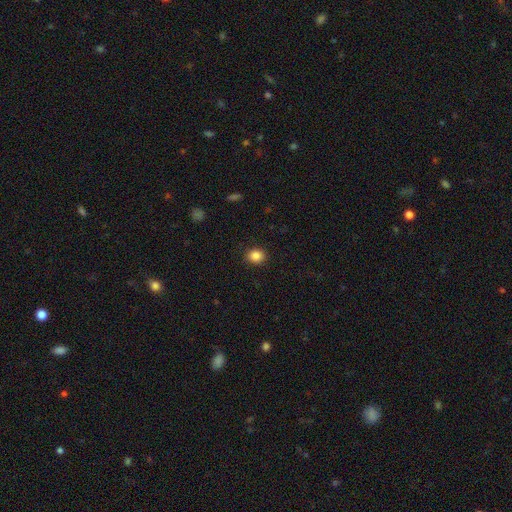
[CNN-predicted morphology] A smooth galaxy with no disk features (86%) that is round (68%).

Vote fractions:
- Smooth or featured? smooth: 86% / star or artifact: 10% / featured or disk: 4%
- How rounded? round: 68% / in between: 31% / cigar-shaped: 1%
- Merging? none: 90% / minor disturbance: 7% / major disturbance: 2% / merger: 1%